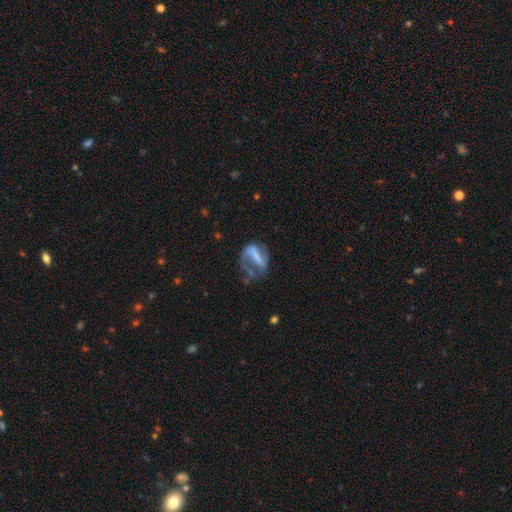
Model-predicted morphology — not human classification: Smooth or featured?
  - featured or disk: 60% *
  - smooth: 31%
  - star or artifact: 10%
Edge-on disk?
  - no: 94% *
  - yes: 6%
Bar?
  - strong: 56% *
  - weak: 23%
  - no: 21%
Spiral arms?
  - yes: 55% *
  - no: 45%
Bulge size?
  - none: 57% *
  - small: 19%
  - moderate: 15%
  - large: 7%
  - dominant: 2%
Merging?
  - major disturbance: 38% *
  - none: 33%
  - minor disturbance: 22%
  - merger: 6%